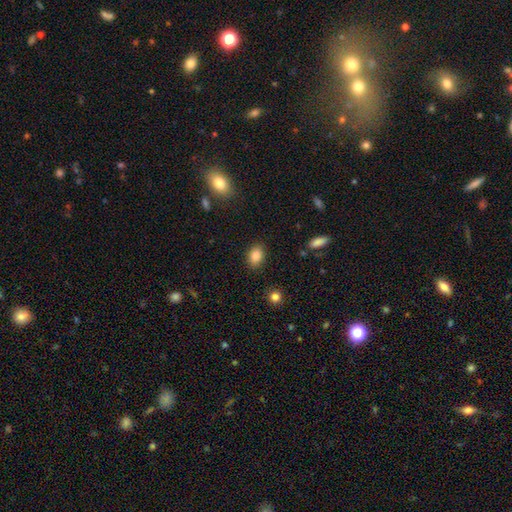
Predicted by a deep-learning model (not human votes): smooth 85%, star or artifact 9%, featured or disk 6%. Down the decision tree: how rounded — in between (79%); merging — none (86%).